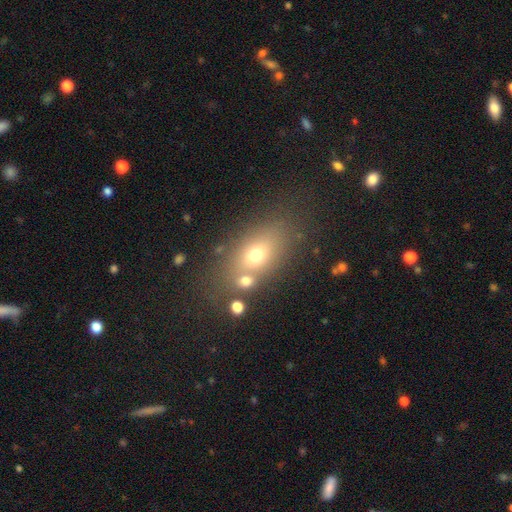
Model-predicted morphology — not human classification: smooth-or-featured: smooth: 63% | featured or disk: 20% | star or artifact: 16%
  how-rounded: in between: 73% | round: 20% | cigar-shaped: 7%
  merging: none: 65% | merger: 16% | minor disturbance: 12% | major disturbance: 6%